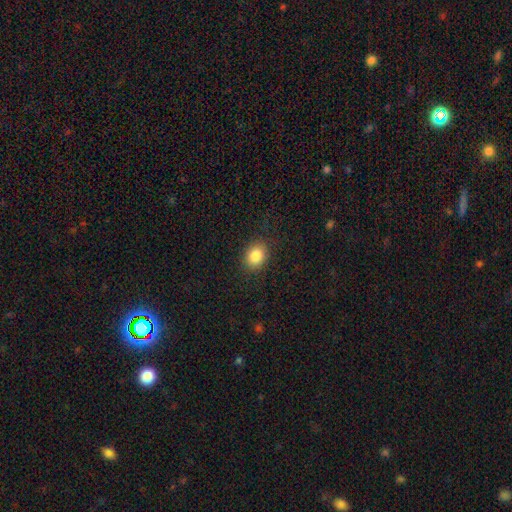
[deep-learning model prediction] Smooth or featured? Predicted: smooth (p=0.85). How rounded? Predicted: in between (p=0.56). Merging? Predicted: none (p=0.86).